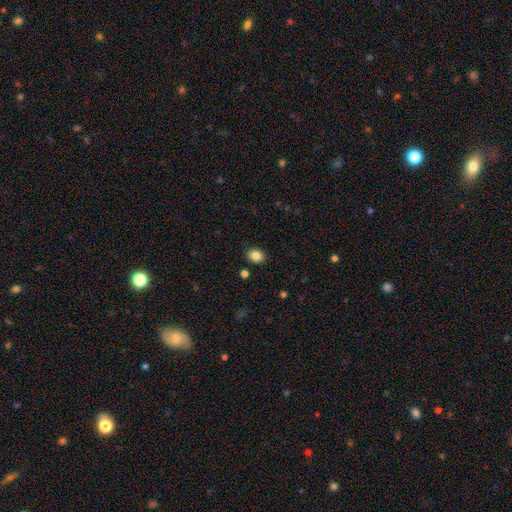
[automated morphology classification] Overall: smooth (84%). How rounded: in between (55%; round 44%). Merging: none (88%).